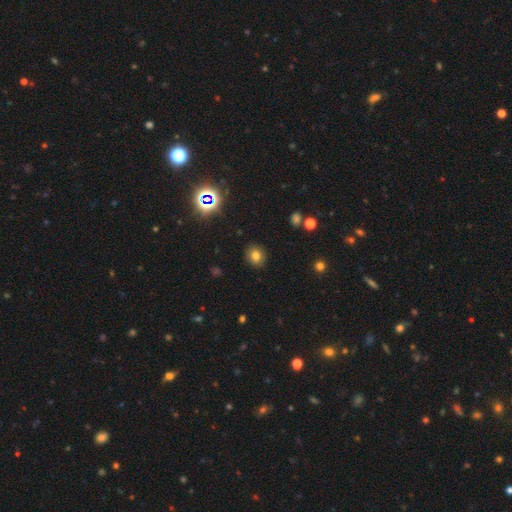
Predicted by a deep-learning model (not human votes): Q: Smooth or featured?
A: smooth (77%); runner-up: star or artifact (16%)
Q: How rounded?
A: round (73%); runner-up: in between (26%)
Q: Merging?
A: none (88%); runner-up: minor disturbance (8%)